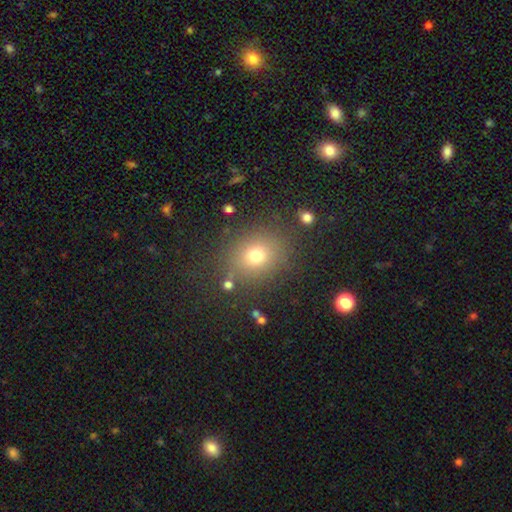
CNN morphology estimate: Smooth or featured: smooth — 72% (star or artifact — 18%)
How rounded: round — 69% (in between — 30%)
Merging: none — 83% (minor disturbance — 10%)